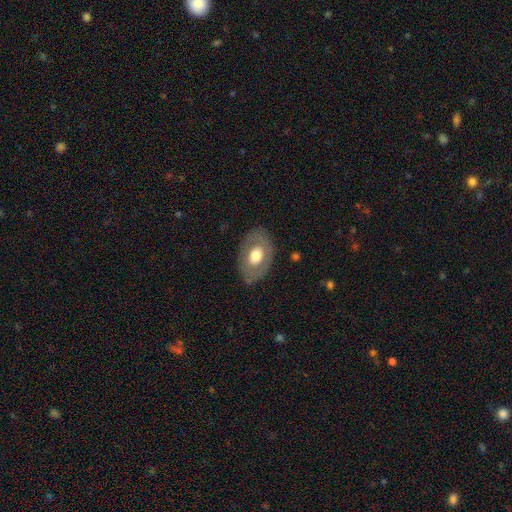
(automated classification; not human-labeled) The model was most divided on "smooth or featured": smooth: 54%, featured or disk: 40%, star or artifact: 6%. More confident: how rounded — in between (83%); merging — none (78%).